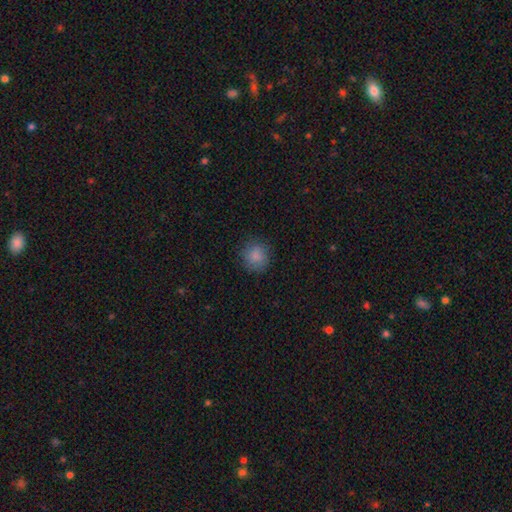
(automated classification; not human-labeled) This appears to be a smooth galaxy with no disk features (86%) that is round (91%). Merging: none (86%).